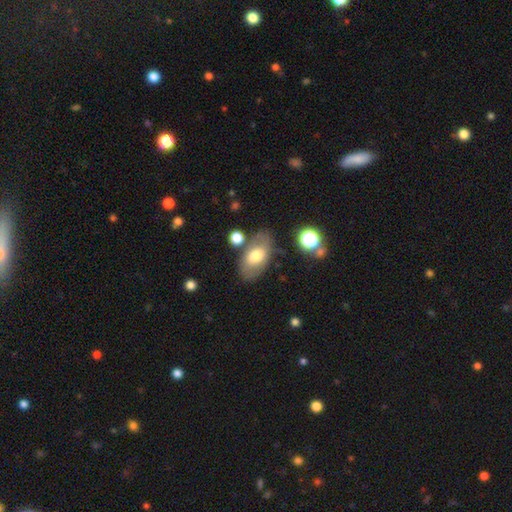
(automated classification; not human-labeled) Smooth or featured? Predicted: smooth (p=0.64). How rounded? Predicted: in between (p=0.91). Merging? Predicted: none (p=0.69).